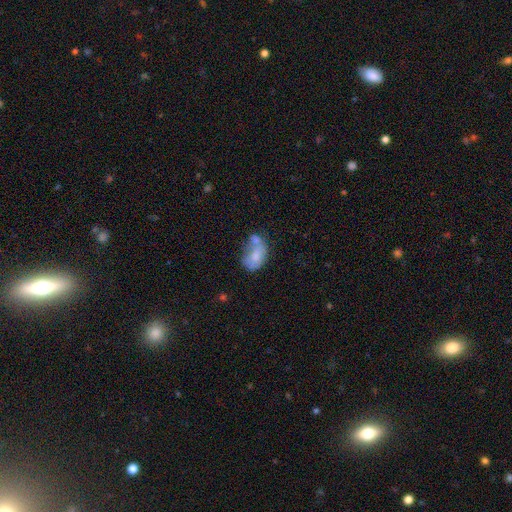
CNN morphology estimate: A smooth galaxy with no disk features (67%) that is in between round and cigar-shaped (83%).

Vote fractions:
- Smooth or featured? smooth: 67% / featured or disk: 25% / star or artifact: 8%
- How rounded? in between: 83% / round: 16% / cigar-shaped: 1%
- Merging? merger: 46% / none: 23% / minor disturbance: 18% / major disturbance: 12%